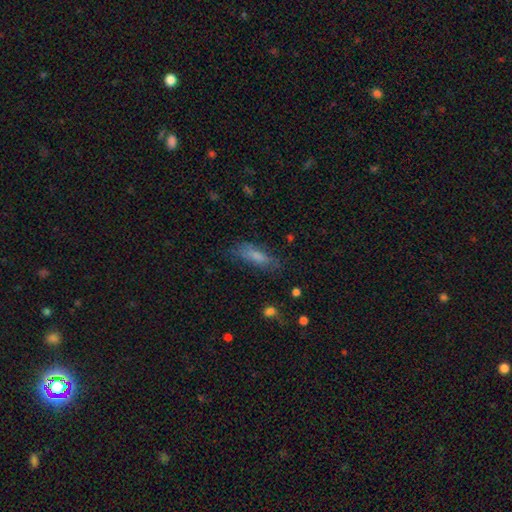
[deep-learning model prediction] Smooth or featured? Predicted: smooth (p=0.70). How rounded? Predicted: in between (p=0.53). Merging? Predicted: none (p=0.66).